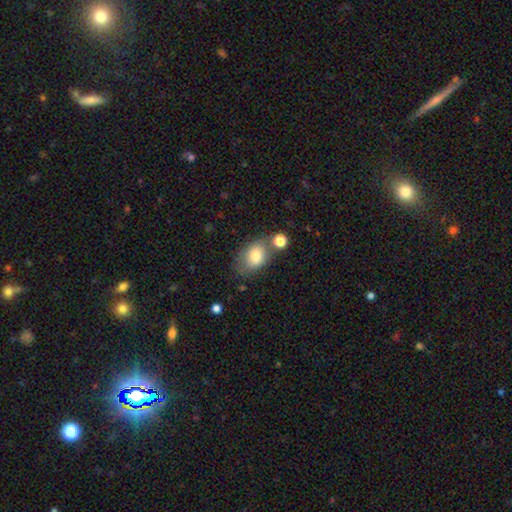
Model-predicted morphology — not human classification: A smooth galaxy with no disk features (77%) that is in between round and cigar-shaped (79%). Merging: none (56%).